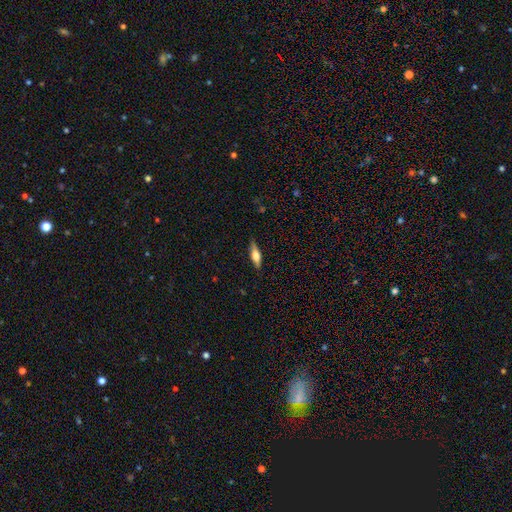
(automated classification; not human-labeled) The model was most divided on "smooth or featured": featured or disk: 47%, smooth: 46%, star or artifact: 7%. More confident: merging — none (86%).